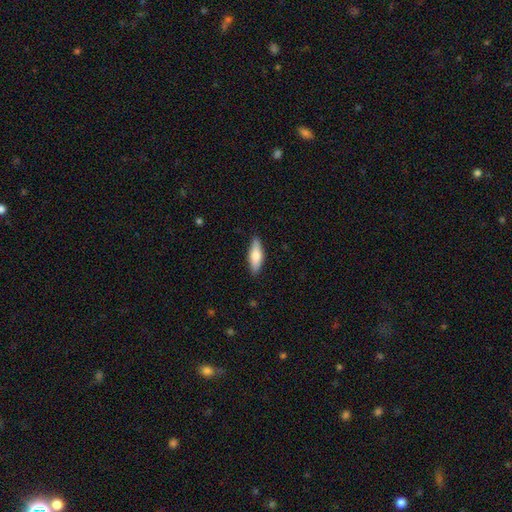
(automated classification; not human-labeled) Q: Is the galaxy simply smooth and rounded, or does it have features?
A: smooth — 71%.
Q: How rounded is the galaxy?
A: in between — 57%.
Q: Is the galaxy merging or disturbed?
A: none — 87%.